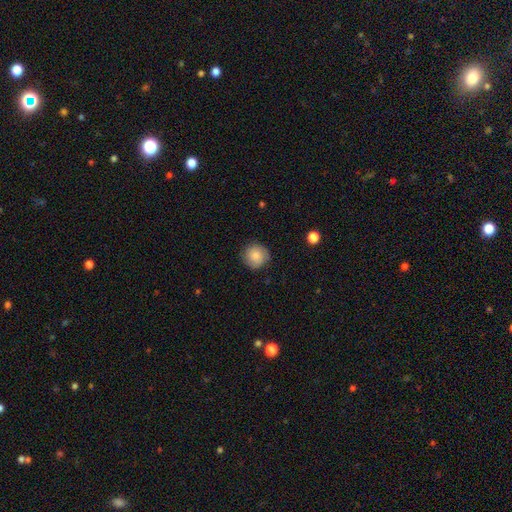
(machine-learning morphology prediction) This appears to be a smooth galaxy with no disk features (76%) that is round (93%). Merging: none (84%).